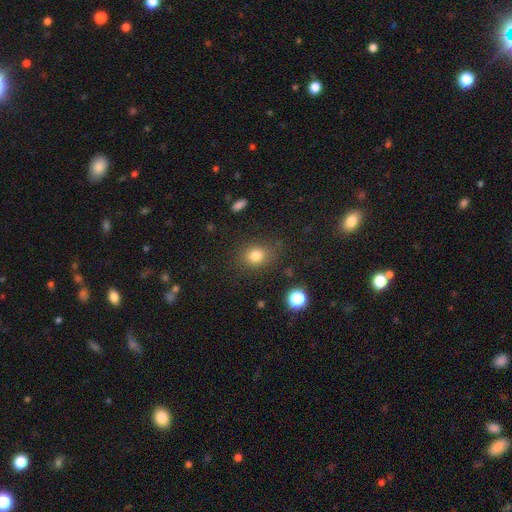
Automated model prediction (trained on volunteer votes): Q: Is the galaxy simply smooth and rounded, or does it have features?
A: smooth — 79%.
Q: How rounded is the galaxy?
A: round — 60%.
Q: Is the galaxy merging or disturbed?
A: none — 81%.